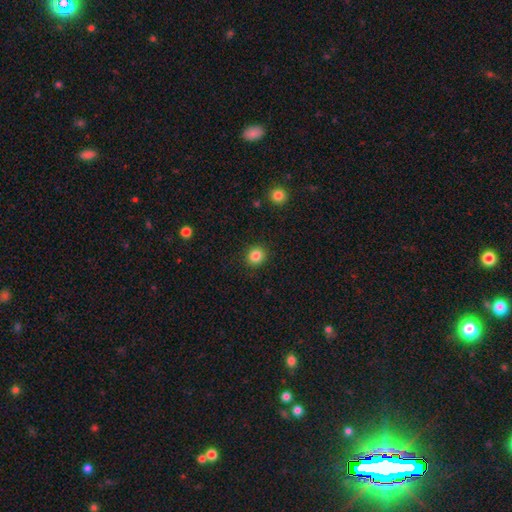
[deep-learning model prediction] A smooth galaxy with no disk features (85%) that is round (85%).

Vote fractions:
- Smooth or featured? smooth: 85% / star or artifact: 11% / featured or disk: 5%
- How rounded? round: 85% / in between: 14% / cigar-shaped: 1%
- Merging? none: 91% / minor disturbance: 6% / major disturbance: 2% / merger: 1%